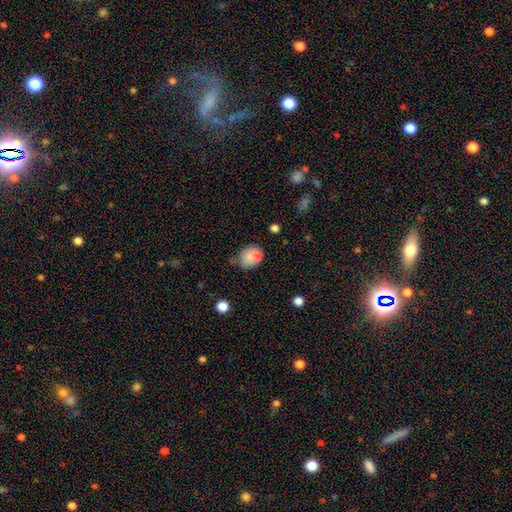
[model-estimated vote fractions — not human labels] A smooth galaxy with no disk features (81%) that is in between round and cigar-shaped (51%). Merging: none (51%).